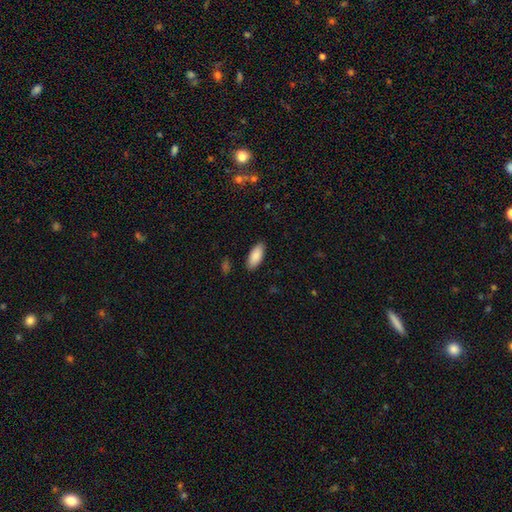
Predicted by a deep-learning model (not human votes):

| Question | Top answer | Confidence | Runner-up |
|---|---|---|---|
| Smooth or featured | smooth | 89% | star or artifact (6%) |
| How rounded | in between | 88% | cigar-shaped (11%) |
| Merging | none | 88% | minor disturbance (9%) |